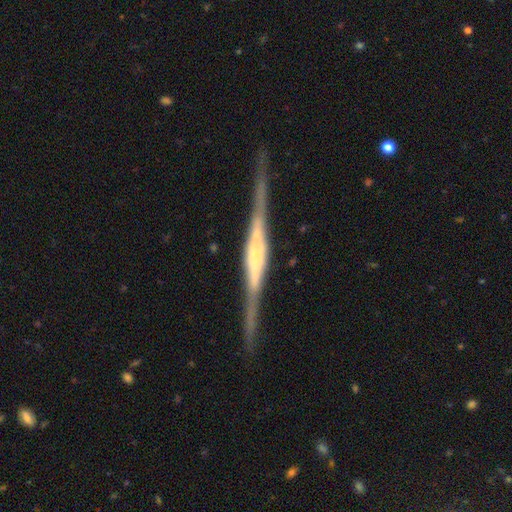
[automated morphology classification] A featured or disk galaxy (84%) viewed edge-on (98%) with a boxy central bulge (51%).

Vote fractions:
- Smooth or featured? featured or disk: 84% / smooth: 11% / star or artifact: 5%
- Edge-on disk? yes: 98% / no: 2%
- Edge-on bulge? boxy: 51% / rounded: 38% / none: 11%
- Merging? none: 85% / minor disturbance: 11% / major disturbance: 3% / merger: 1%